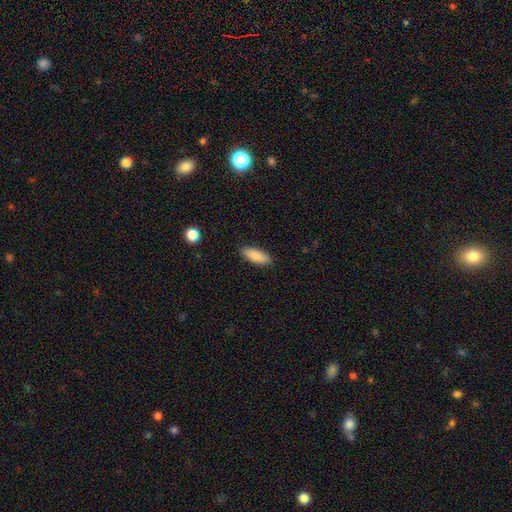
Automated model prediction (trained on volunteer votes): Morphology: type=smooth (87%); roundness=in between (72%); merging=none (89%).